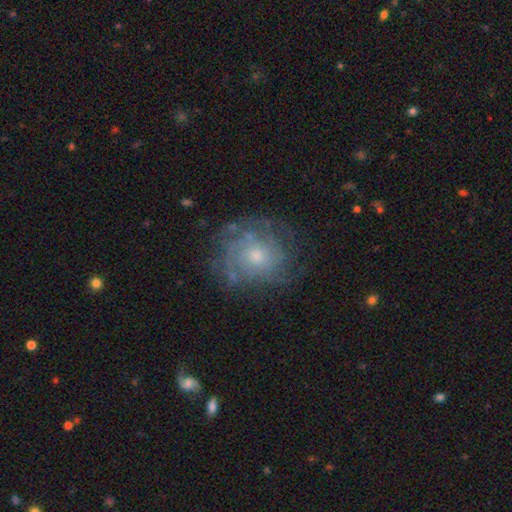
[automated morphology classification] Smooth or featured? featured or disk (68%)
Edge-on disk? no (98%)
Bar? no (83%)
Spiral arms? yes (79%)
Spiral winding? tight (64%)
Spiral arm count? can't tell (55%)
Bulge size? small (47%)
Merging? none (70%)